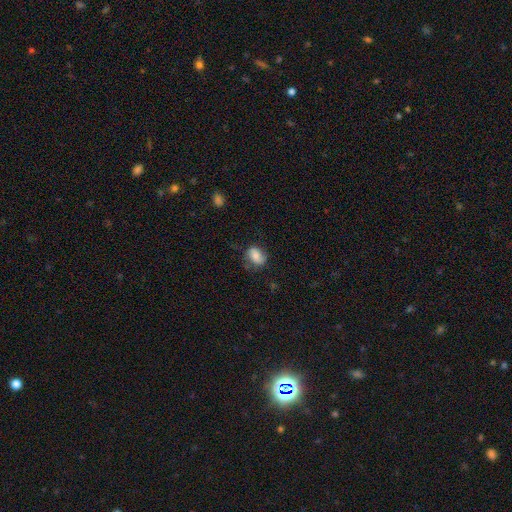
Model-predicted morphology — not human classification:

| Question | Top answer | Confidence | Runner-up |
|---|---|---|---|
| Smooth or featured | smooth | 66% | featured or disk (25%) |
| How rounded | in between | 69% | round (30%) |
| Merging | none | 61% | minor disturbance (27%) |